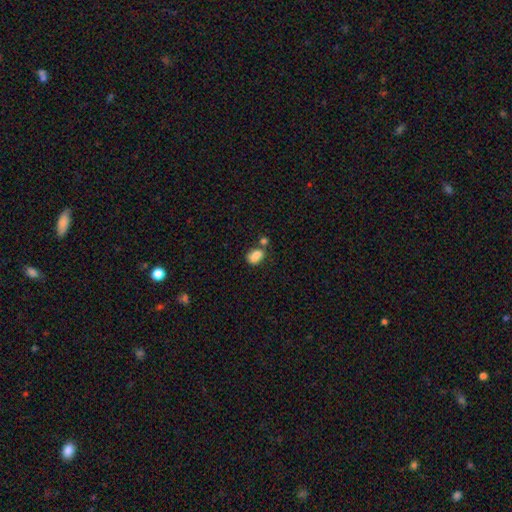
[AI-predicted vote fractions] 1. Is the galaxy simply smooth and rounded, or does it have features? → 76% smooth, 14% featured or disk, 10% star or artifact.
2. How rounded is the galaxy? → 69% in between, 29% round, 2% cigar-shaped.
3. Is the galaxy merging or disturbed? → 48% merger, 32% none, 14% minor disturbance, 7% major disturbance.